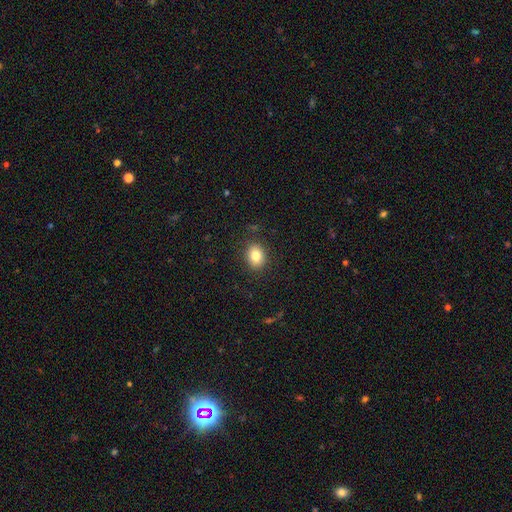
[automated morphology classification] smooth-or-featured: smooth: 82% | star or artifact: 10% | featured or disk: 9%
  how-rounded: in between: 59% | round: 40% | cigar-shaped: 1%
  merging: none: 87% | minor disturbance: 9% | major disturbance: 3% | merger: 1%